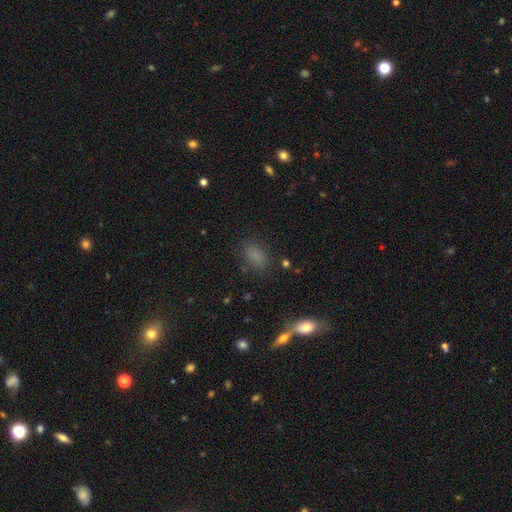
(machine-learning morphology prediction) smooth-or-featured: smooth: 79% | star or artifact: 15% | featured or disk: 6%
  how-rounded: in between: 84% | round: 11% | cigar-shaped: 5%
  merging: none: 77% | minor disturbance: 13% | major disturbance: 5% | merger: 4%